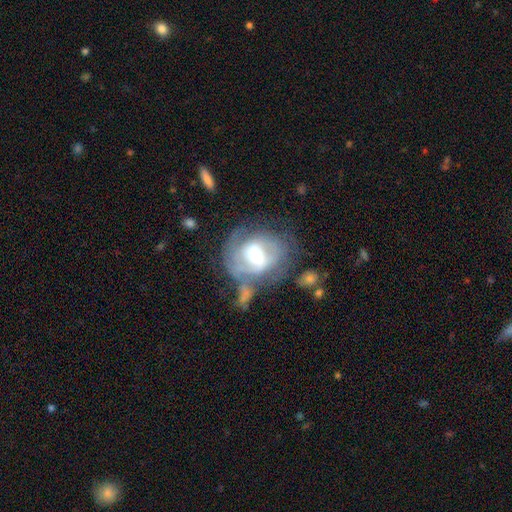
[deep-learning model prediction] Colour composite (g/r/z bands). It shows a featured or disk galaxy (70%) with a weak bar (46%), spiral arms (72%) and a moderate central bulge (65%). Merging: none (40%).